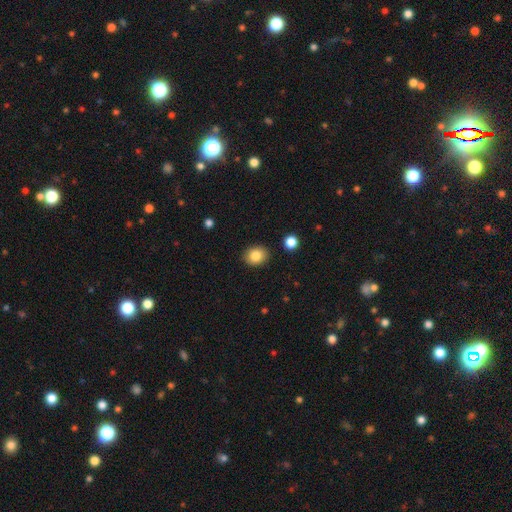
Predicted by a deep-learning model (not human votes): This appears to be a smooth galaxy with no disk features (84%) that is round (59%). Merging: none (89%).